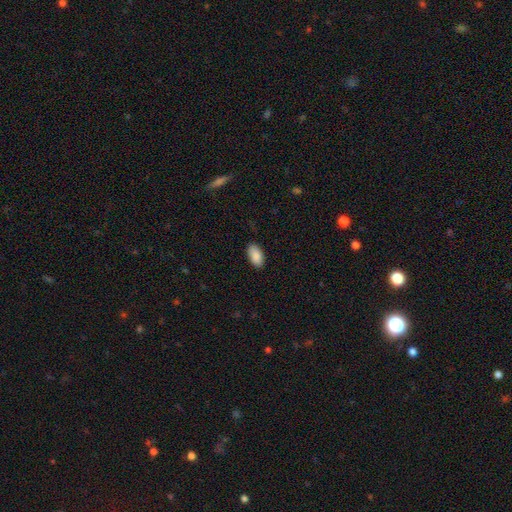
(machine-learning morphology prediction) This is clearly a smooth galaxy (89%). How rounded: clearly in between (95%). Merging: clearly none (87%).